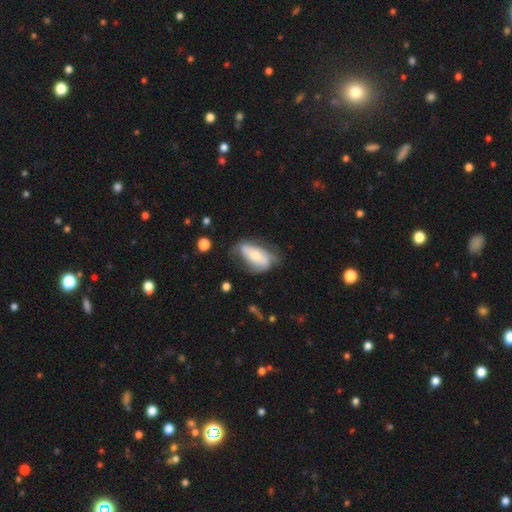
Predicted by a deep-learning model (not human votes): featured or disk 49%, smooth 44%, star or artifact 7%. Down the decision tree: merging — none (44%).